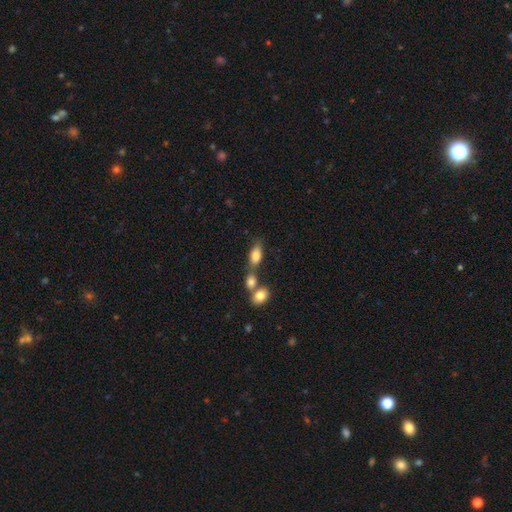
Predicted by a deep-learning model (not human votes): This is clearly a smooth galaxy (82%). How rounded: clearly in between (84%). Merging: possibly none (45%).